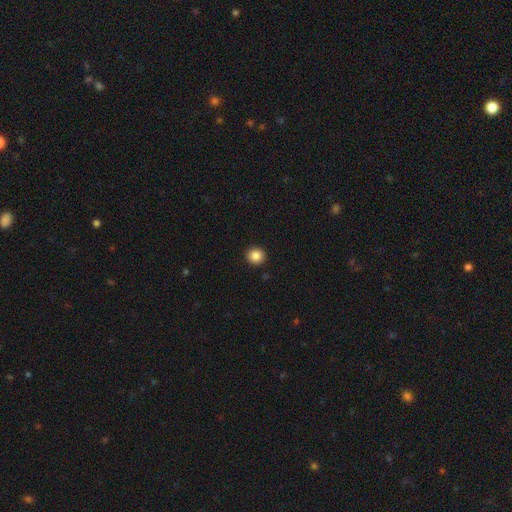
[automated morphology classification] Smooth or featured?
  - smooth: 86% *
  - star or artifact: 10%
  - featured or disk: 4%
How rounded?
  - round: 91% *
  - in between: 9%
  - cigar-shaped: 1%
Merging?
  - none: 93% *
  - minor disturbance: 4%
  - major disturbance: 1%
  - merger: 1%